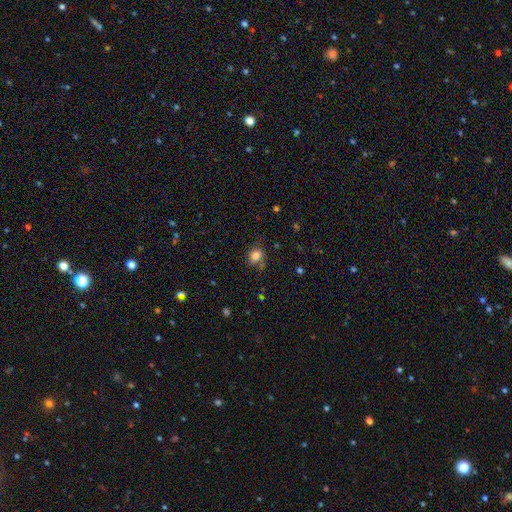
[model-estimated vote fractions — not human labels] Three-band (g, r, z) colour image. It shows a smooth galaxy with no disk features (82%) that is round (54%). Merging: none (67%).